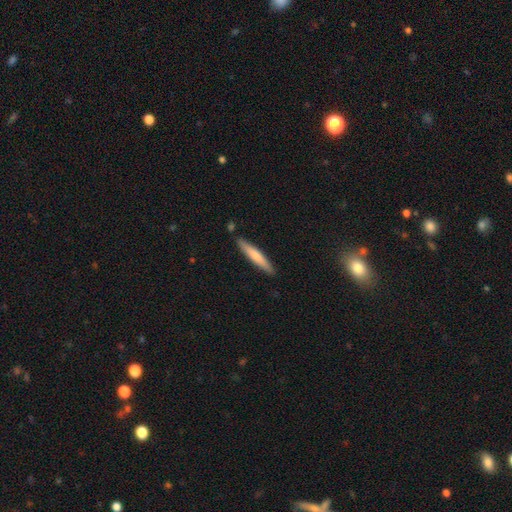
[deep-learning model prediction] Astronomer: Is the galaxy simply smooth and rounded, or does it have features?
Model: smooth — 67%.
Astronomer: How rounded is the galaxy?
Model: cigar-shaped — 93%.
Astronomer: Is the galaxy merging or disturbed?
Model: none — 87%.